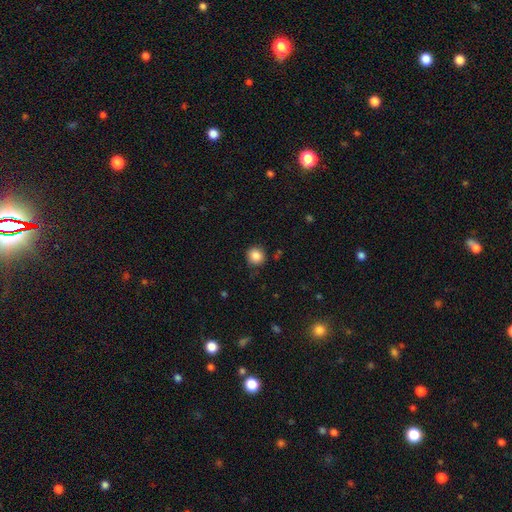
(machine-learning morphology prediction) A smooth galaxy with no disk features (86%) that is round (90%).

Vote fractions:
- Smooth or featured? smooth: 86% / star or artifact: 10% / featured or disk: 4%
- How rounded? round: 90% / in between: 9% / cigar-shaped: 1%
- Merging? none: 87% / minor disturbance: 9% / major disturbance: 2% / merger: 2%